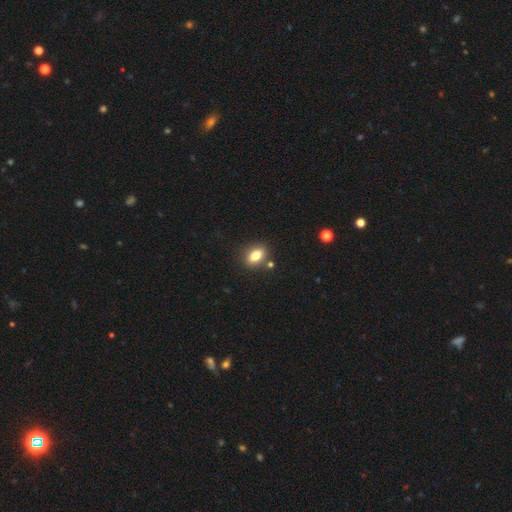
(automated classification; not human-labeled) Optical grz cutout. It shows a smooth galaxy with no disk features (79%) that is in between round and cigar-shaped (81%). Merging: none (81%).